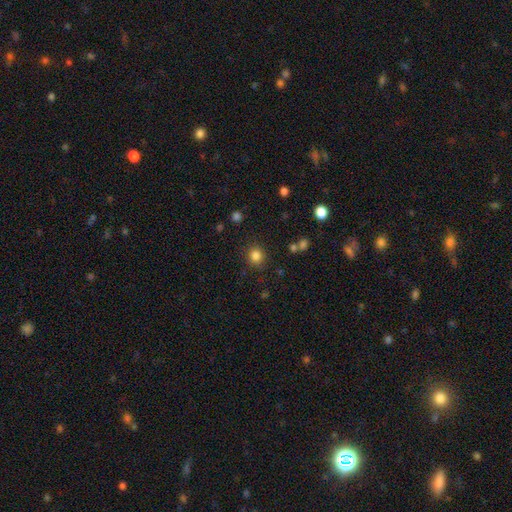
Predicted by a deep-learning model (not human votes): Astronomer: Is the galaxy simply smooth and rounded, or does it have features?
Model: smooth — 83%.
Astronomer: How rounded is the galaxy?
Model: round — 86%.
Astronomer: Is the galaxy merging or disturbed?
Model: none — 86%.